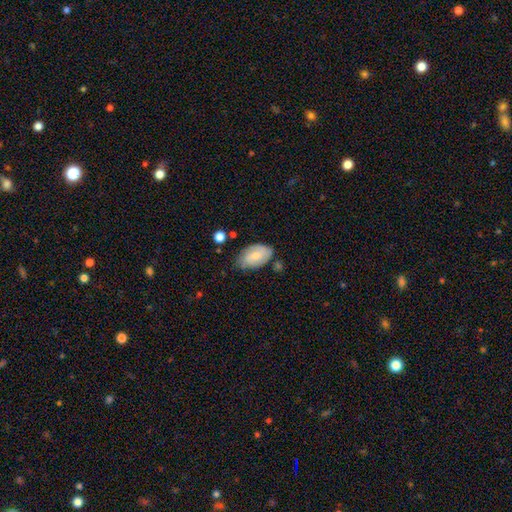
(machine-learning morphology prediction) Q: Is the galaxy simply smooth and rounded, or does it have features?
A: smooth — 56%.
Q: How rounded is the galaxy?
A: in between — 91%.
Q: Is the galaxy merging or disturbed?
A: none — 60%.